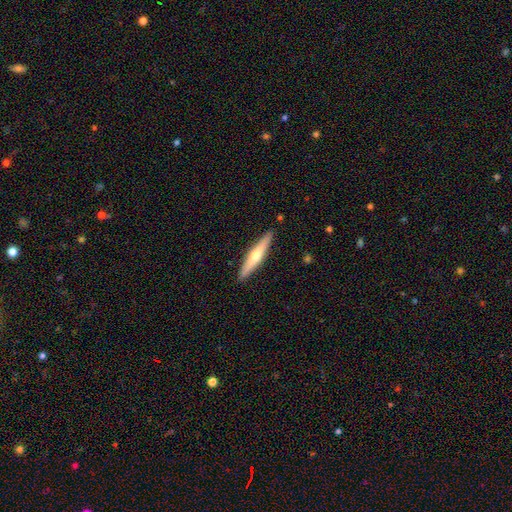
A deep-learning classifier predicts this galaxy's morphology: A featured or disk galaxy (52%) viewed edge-on (95%).

Vote fractions:
- Smooth or featured? featured or disk: 52% / smooth: 42% / star or artifact: 5%
- Edge-on disk? yes: 95% / no: 5%
- Merging? none: 91% / minor disturbance: 7% / major disturbance: 1% / merger: 1%